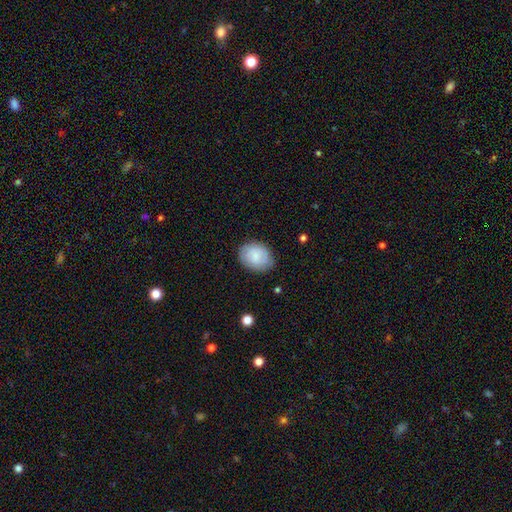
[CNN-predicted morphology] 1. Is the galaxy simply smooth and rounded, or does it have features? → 79% smooth, 14% featured or disk, 7% star or artifact.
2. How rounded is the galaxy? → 58% in between, 41% round, 1% cigar-shaped.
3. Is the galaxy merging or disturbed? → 80% none, 15% minor disturbance, 3% major disturbance, 1% merger.